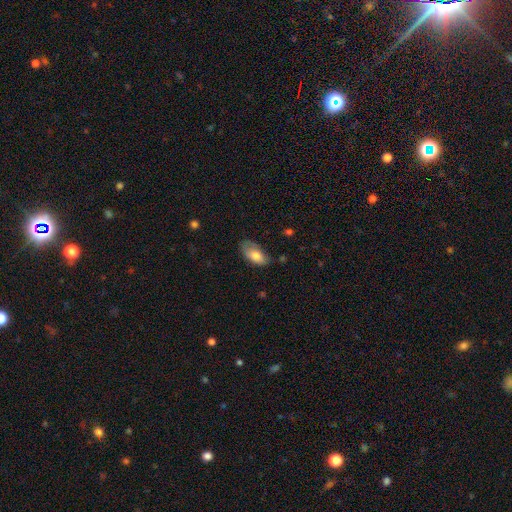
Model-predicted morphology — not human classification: Smooth or featured? Predicted: smooth (p=0.76). How rounded? Predicted: in between (p=0.92). Merging? Predicted: none (p=0.56).